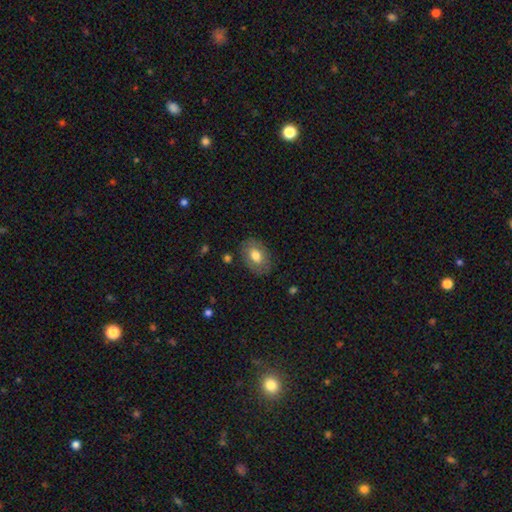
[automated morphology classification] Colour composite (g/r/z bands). It shows a smooth galaxy with no disk features (70%) that is in between round and cigar-shaped (80%). Merging: none (83%).